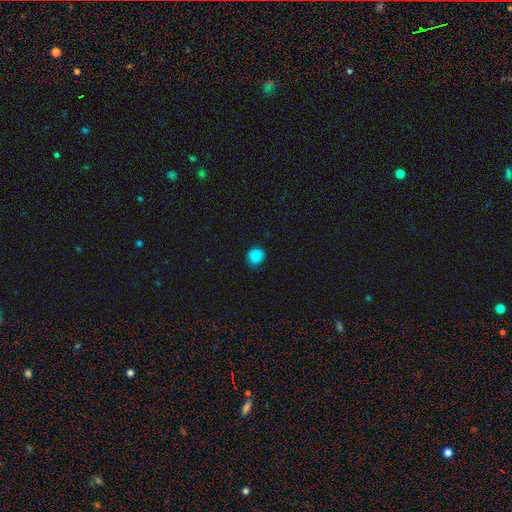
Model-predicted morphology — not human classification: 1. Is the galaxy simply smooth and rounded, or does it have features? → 86% smooth, 10% star or artifact, 4% featured or disk.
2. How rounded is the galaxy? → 85% round, 15% in between, 1% cigar-shaped.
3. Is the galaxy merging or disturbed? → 78% none, 18% minor disturbance, 3% major disturbance, 1% merger.